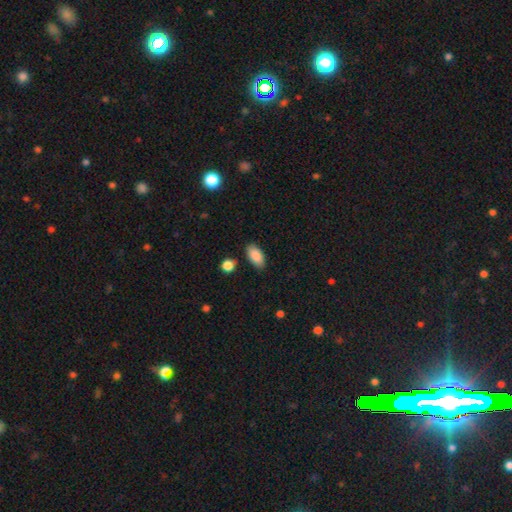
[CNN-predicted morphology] smooth 88%, star or artifact 7%, featured or disk 5%. Down the decision tree: how rounded — in between (92%); merging — none (84%).